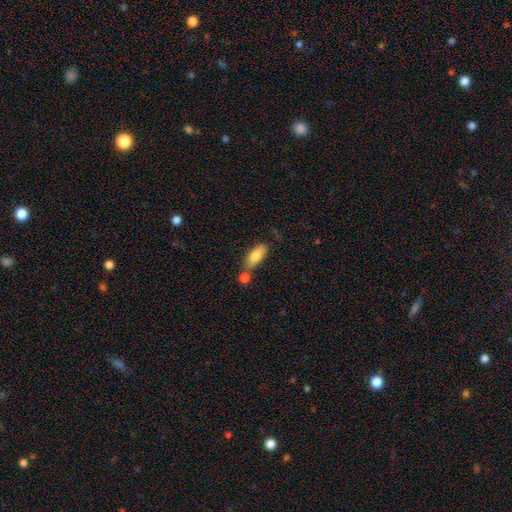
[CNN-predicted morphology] type=smooth (80%); roundness=in between (76%); merging=none (51%).